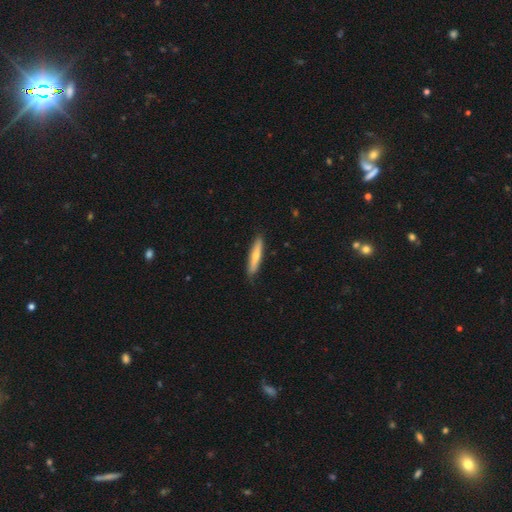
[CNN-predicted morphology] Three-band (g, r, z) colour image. It shows a smooth galaxy with no disk features (56%) that is cigar-shaped (86%). Merging: none (86%).